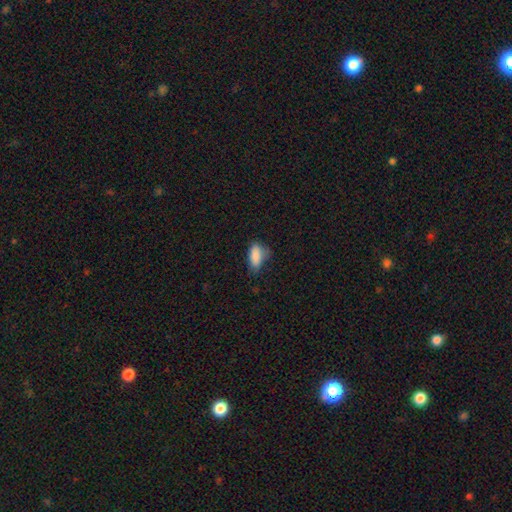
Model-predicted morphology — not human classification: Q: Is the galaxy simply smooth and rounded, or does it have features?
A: smooth — 86%.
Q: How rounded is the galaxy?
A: in between — 87%.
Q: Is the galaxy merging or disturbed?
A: none — 54%.